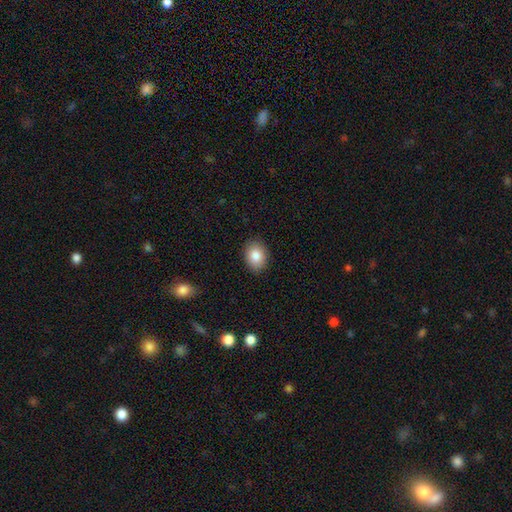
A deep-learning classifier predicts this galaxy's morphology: smooth 84%, star or artifact 8%, featured or disk 8%. Down the decision tree: how rounded — in between (64%); merging — none (88%).